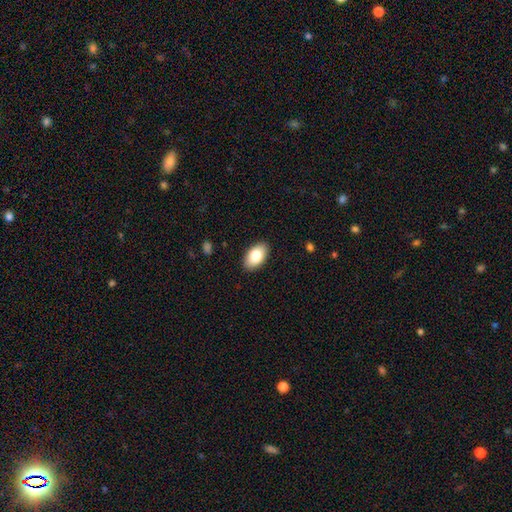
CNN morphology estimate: smooth_or_featured: smooth (p=0.82) [alt: featured or disk p=0.12]
how_rounded: in between (p=0.94) [alt: round p=0.05]
merging: none (p=0.89) [alt: minor disturbance p=0.08]